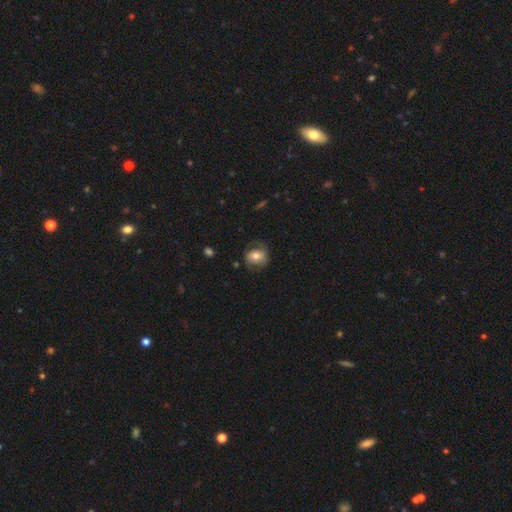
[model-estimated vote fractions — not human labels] This is possibly a smooth galaxy (56%). How rounded: likely round (63%). Merging: likely none (65%).